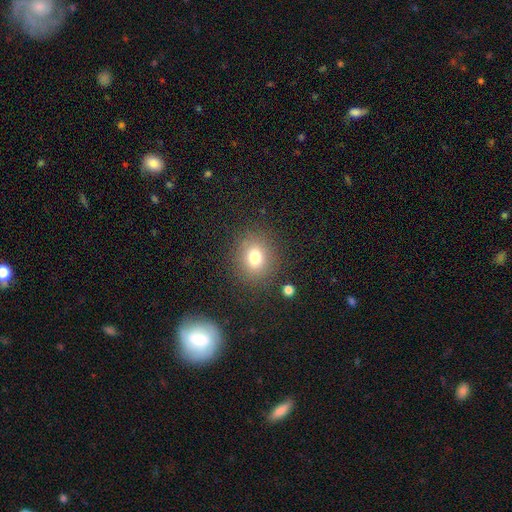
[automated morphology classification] Smooth or featured?
  - smooth: 68% *
  - star or artifact: 20%
  - featured or disk: 11%
How rounded?
  - round: 72% *
  - in between: 26%
  - cigar-shaped: 1%
Merging?
  - none: 87% *
  - minor disturbance: 7%
  - merger: 3%
  - major disturbance: 3%